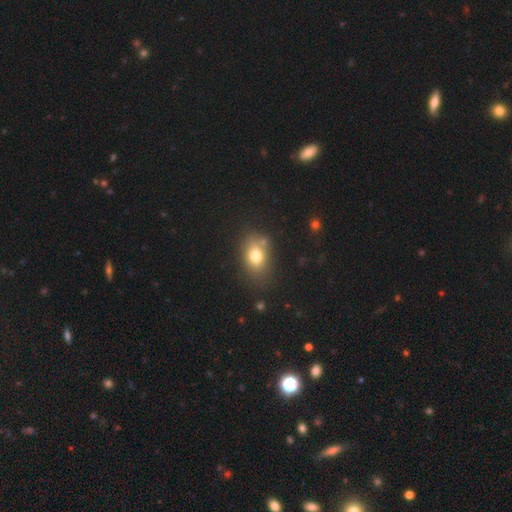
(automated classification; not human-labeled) A smooth galaxy with no disk features (75%) that is in between round and cigar-shaped (73%).

Vote fractions:
- Smooth or featured? smooth: 75% / featured or disk: 14% / star or artifact: 12%
- How rounded? in between: 73% / round: 25% / cigar-shaped: 2%
- Merging? none: 69% / minor disturbance: 17% / merger: 9% / major disturbance: 6%